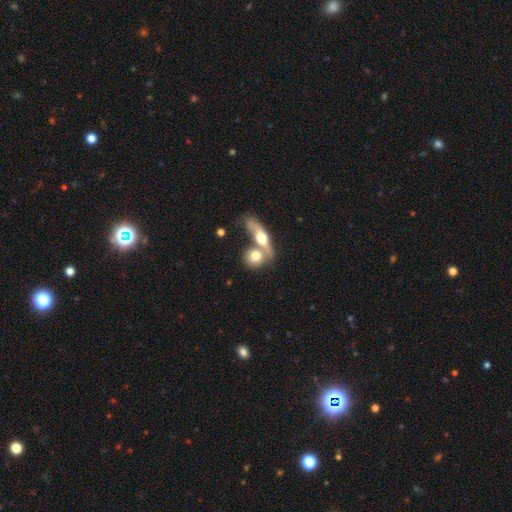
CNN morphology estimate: Smooth or featured: smooth — 64% (featured or disk — 29%)
How rounded: round — 51% (in between — 37%)
Merging: merger — 60% (none — 27%)